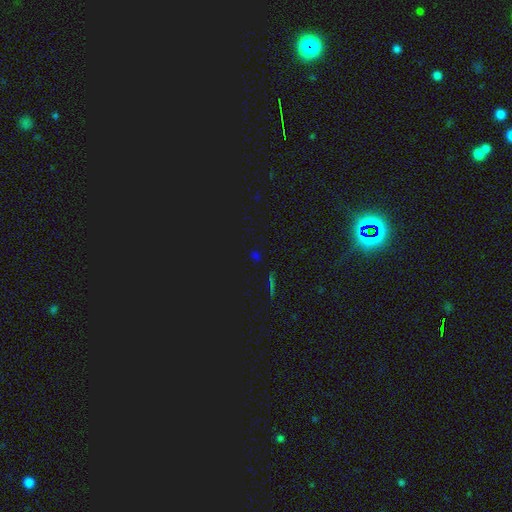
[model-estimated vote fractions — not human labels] A star or artifact, not a galaxy (72%).